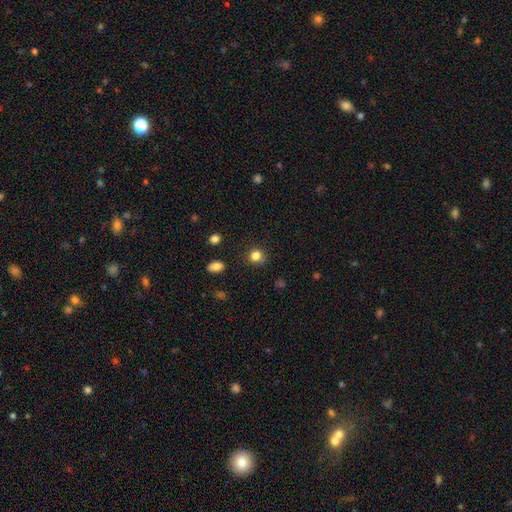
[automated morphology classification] This is clearly a smooth galaxy (82%). How rounded: clearly round (84%). Merging: clearly none (84%).